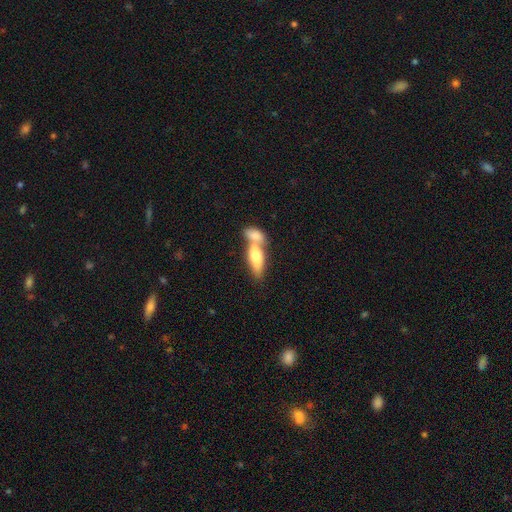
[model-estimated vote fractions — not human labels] A smooth galaxy with no disk features (69%) that is in between round and cigar-shaped (70%).

Vote fractions:
- Smooth or featured? smooth: 69% / featured or disk: 25% / star or artifact: 6%
- How rounded? in between: 70% / cigar-shaped: 27% / round: 4%
- Merging? merger: 67% / none: 23% / minor disturbance: 7% / major disturbance: 4%